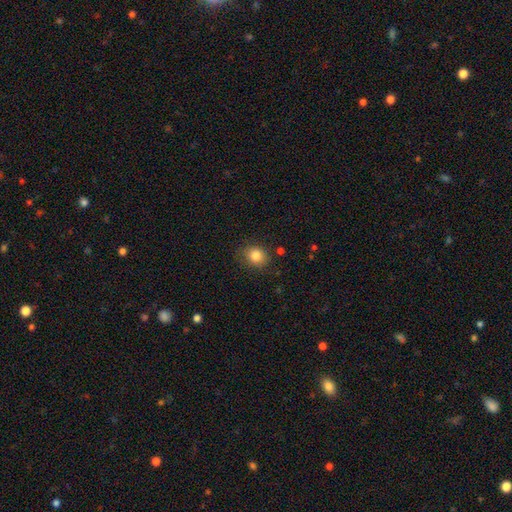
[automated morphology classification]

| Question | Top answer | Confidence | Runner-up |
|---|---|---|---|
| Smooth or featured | smooth | 83% | star or artifact (10%) |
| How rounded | round | 63% | in between (36%) |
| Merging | none | 82% | minor disturbance (13%) |